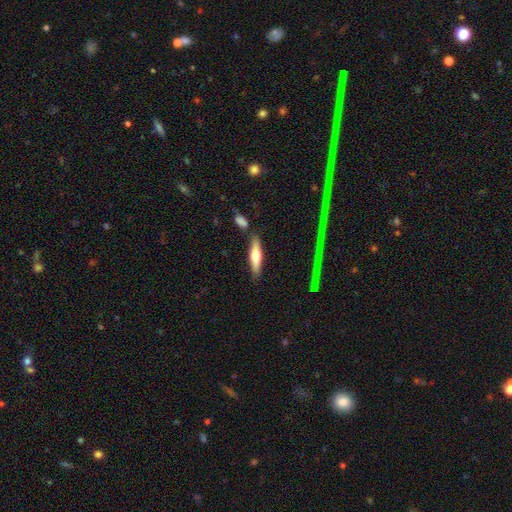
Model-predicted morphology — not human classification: Smooth or featured? smooth (59%)
How rounded? cigar-shaped (67%)
Merging? none (79%)